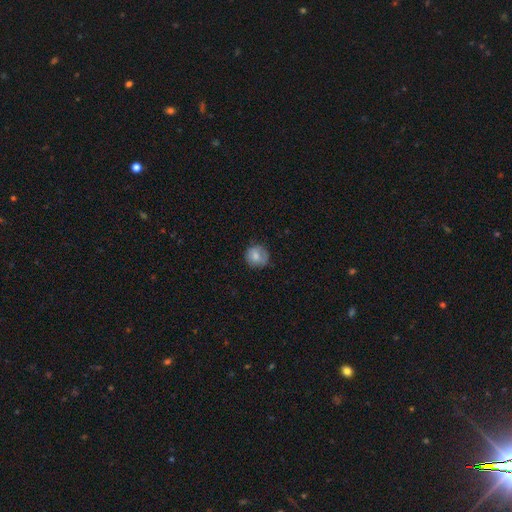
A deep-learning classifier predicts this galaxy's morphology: Smooth or featured? Predicted: smooth (p=0.77). How rounded? Predicted: round (p=0.87). Merging? Predicted: none (p=0.78).